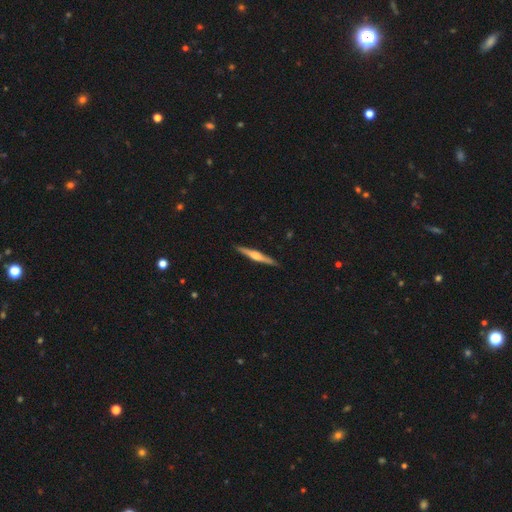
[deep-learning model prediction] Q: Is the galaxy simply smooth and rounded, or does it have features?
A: featured or disk — 65%.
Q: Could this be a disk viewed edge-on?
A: yes — 98%.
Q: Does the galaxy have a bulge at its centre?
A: rounded — 69%.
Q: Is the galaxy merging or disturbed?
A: none — 91%.